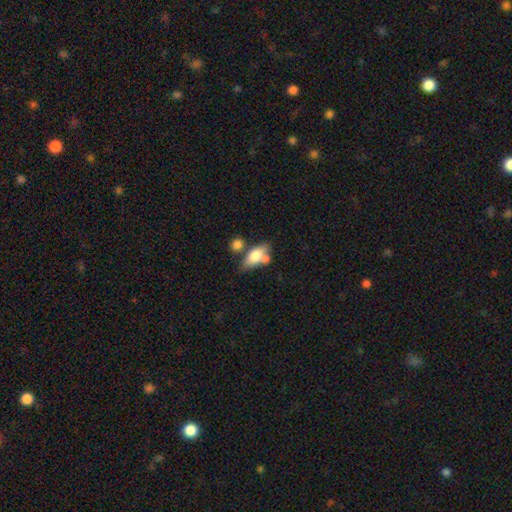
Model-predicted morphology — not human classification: Smooth or featured? Predicted: smooth (p=0.68). How rounded? Predicted: in between (p=0.79). Merging? Predicted: none (p=0.43).